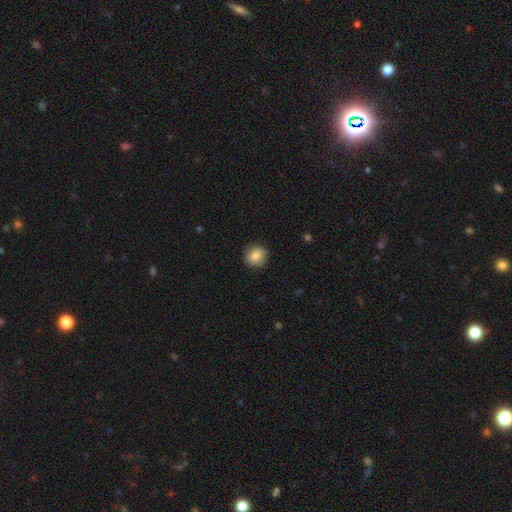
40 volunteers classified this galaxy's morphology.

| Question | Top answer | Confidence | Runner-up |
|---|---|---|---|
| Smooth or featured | smooth | 85% | star or artifact (12%) |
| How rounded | round | 88% | in between (12%) |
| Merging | none | 80% | minor disturbance (14%) |